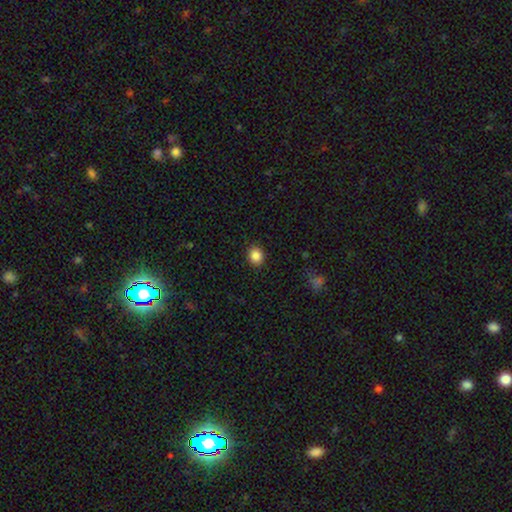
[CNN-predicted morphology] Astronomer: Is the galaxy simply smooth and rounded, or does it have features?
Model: smooth — 86%.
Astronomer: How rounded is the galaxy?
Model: round — 69%.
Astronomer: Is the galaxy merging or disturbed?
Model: none — 88%.